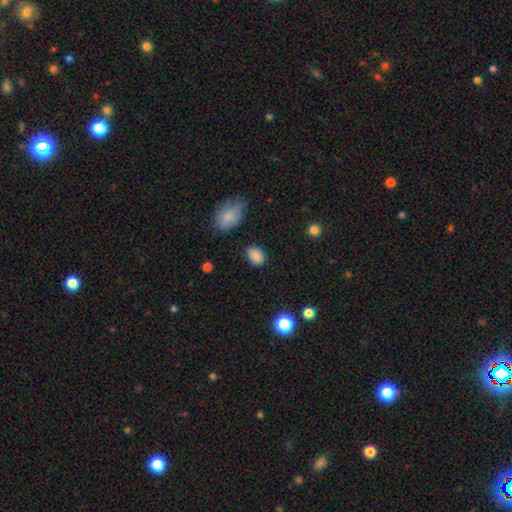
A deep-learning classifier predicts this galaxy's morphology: Smooth or featured? Predicted: smooth (p=0.87). How rounded? Predicted: in between (p=0.76). Merging? Predicted: none (p=0.83).